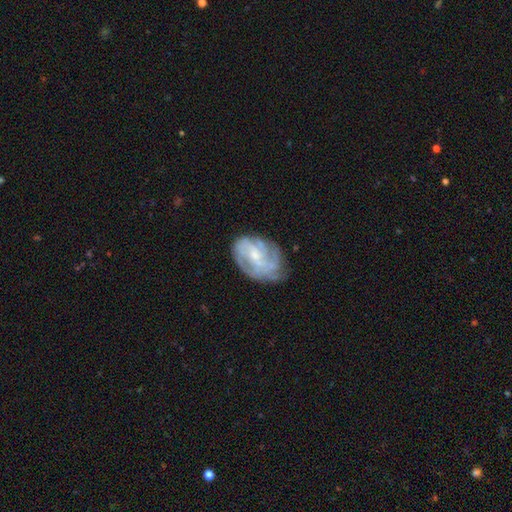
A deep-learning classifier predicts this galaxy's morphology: Smooth or featured? featured or disk (75%)
Edge-on disk? no (97%)
Bar? no (49%)
Spiral arms? yes (83%)
Spiral winding? tight (45%)
Spiral arm count? can't tell (42%)
Bulge size? small (56%)
Merging? none (58%)